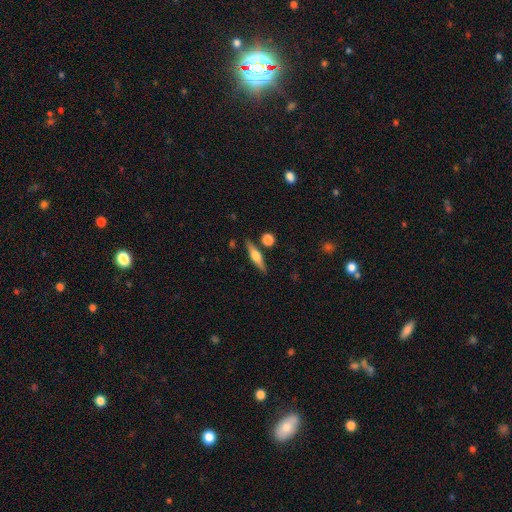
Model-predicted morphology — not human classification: This is possibly a featured or disk galaxy (59%). It is clearly viewed edge-on (96%). Edge-on bulge: clearly rounded (87%). Merging: clearly none (83%).